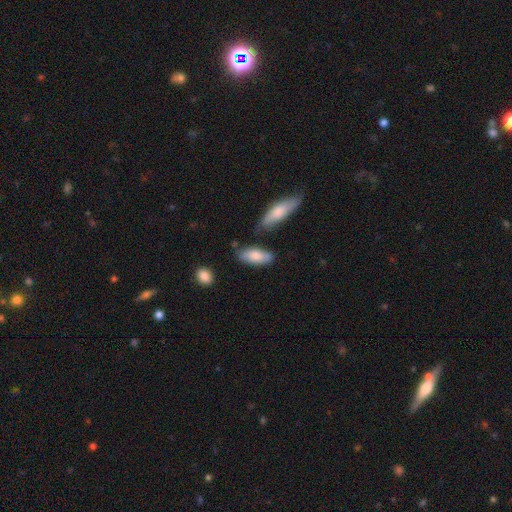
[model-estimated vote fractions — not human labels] Smooth or featured? Predicted: smooth (p=0.78). How rounded? Predicted: in between (p=0.79). Merging? Predicted: none (p=0.68).